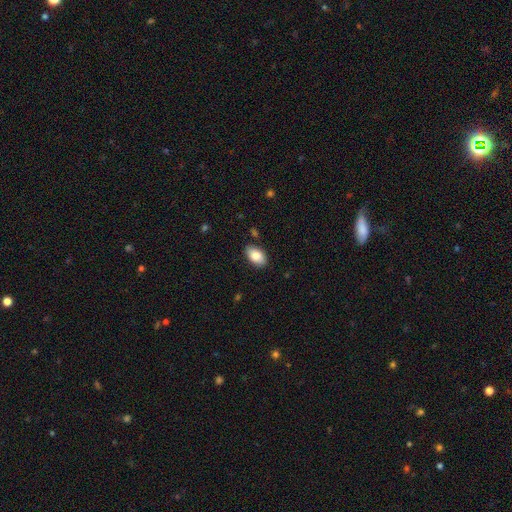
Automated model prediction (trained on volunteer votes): Smooth or featured? Predicted: smooth (p=0.85). How rounded? Predicted: in between (p=0.93). Merging? Predicted: none (p=0.85).